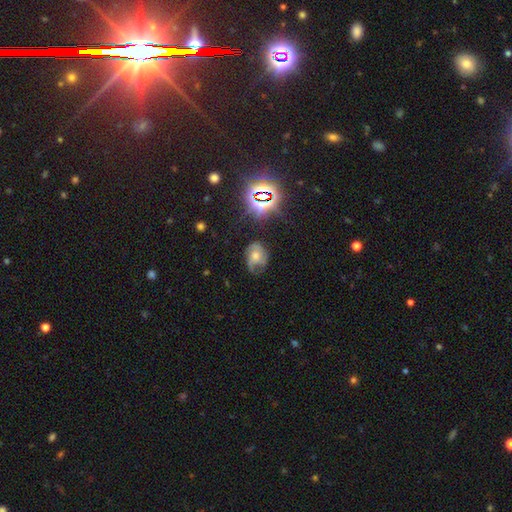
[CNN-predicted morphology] A featured or disk galaxy (50%). Merging: none (60%).